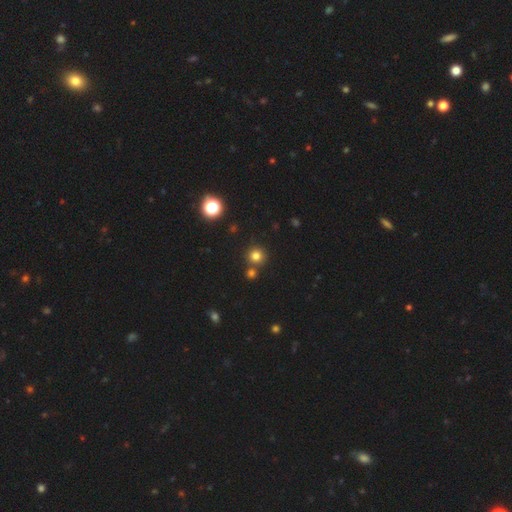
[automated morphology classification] This appears to be a smooth galaxy with no disk features (77%) that is round (94%). Merging: none (77%).